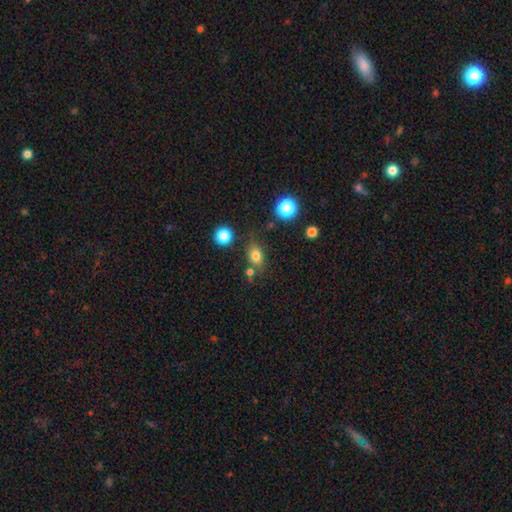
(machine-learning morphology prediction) Smooth or featured?
  - smooth: 77% *
  - star or artifact: 13%
  - featured or disk: 9%
How rounded?
  - in between: 69% *
  - round: 29%
  - cigar-shaped: 3%
Merging?
  - none: 70% *
  - minor disturbance: 15%
  - merger: 10%
  - major disturbance: 5%